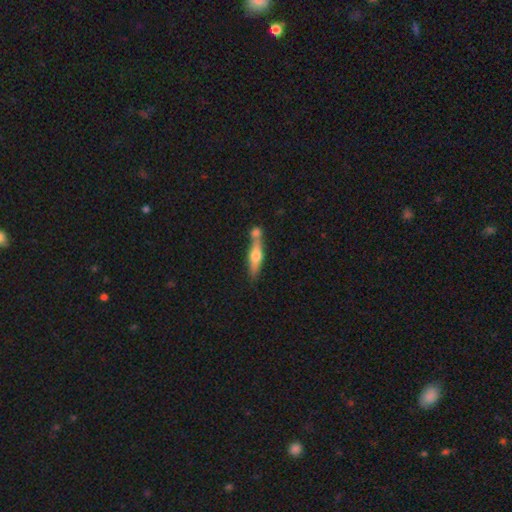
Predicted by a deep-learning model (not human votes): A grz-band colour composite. It shows a featured or disk galaxy (50%) viewed edge-on (89%). Merging: none (50%).